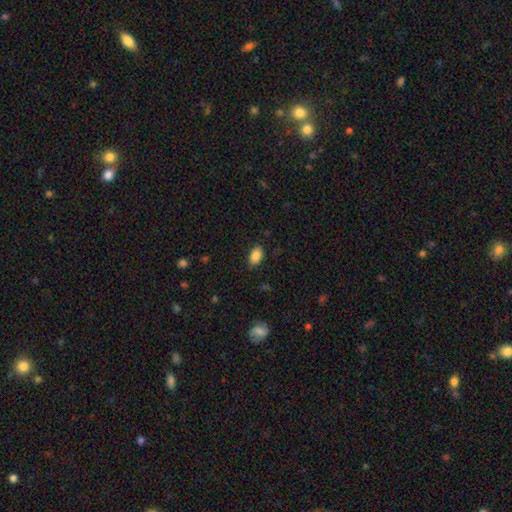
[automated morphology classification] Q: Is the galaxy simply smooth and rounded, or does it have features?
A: smooth — 87%.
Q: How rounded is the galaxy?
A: in between — 90%.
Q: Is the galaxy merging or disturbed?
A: none — 85%.